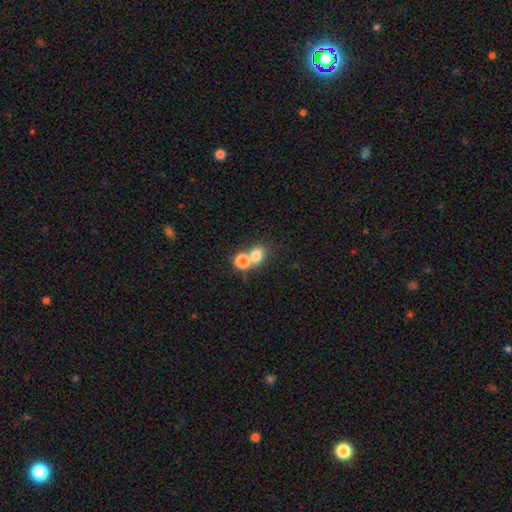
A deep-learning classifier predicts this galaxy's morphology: Smooth or featured?
  - smooth: 76% *
  - star or artifact: 12%
  - featured or disk: 12%
How rounded?
  - in between: 52% *
  - round: 46%
  - cigar-shaped: 2%
Merging?
  - merger: 54% *
  - none: 35%
  - minor disturbance: 7%
  - major disturbance: 4%